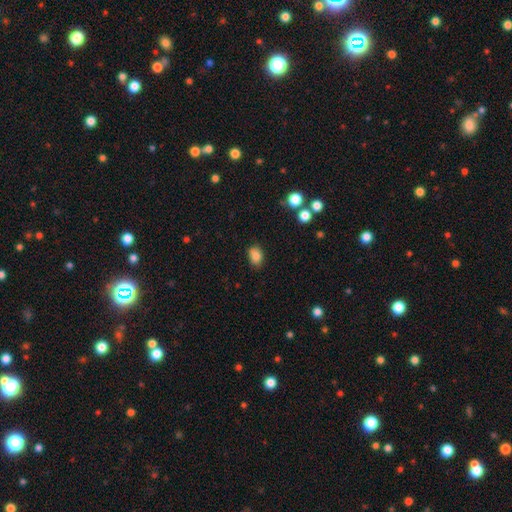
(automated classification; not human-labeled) Q: Smooth or featured?
A: smooth (81%); runner-up: star or artifact (10%)
Q: How rounded?
A: in between (77%); runner-up: round (21%)
Q: Merging?
A: none (77%); runner-up: minor disturbance (16%)